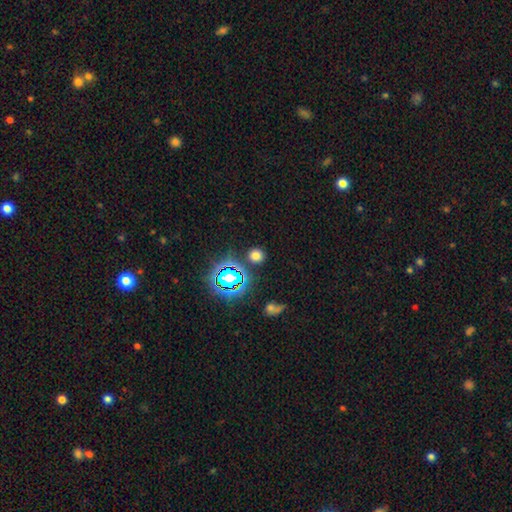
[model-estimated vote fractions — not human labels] A smooth galaxy with no disk features (68%) that is round (83%).

Vote fractions:
- Smooth or featured? smooth: 68% / star or artifact: 26% / featured or disk: 6%
- How rounded? round: 83% / in between: 16% / cigar-shaped: 1%
- Merging? none: 86% / minor disturbance: 7% / merger: 4% / major disturbance: 3%